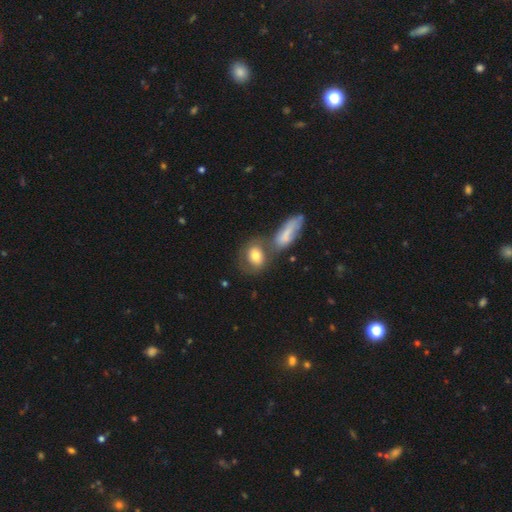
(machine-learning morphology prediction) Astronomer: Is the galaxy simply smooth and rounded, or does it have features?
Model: smooth — 70%.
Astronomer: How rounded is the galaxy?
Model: in between — 57% (runner-up: round, 39%).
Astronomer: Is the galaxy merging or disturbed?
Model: none — 43% (runner-up: merger, 36%).